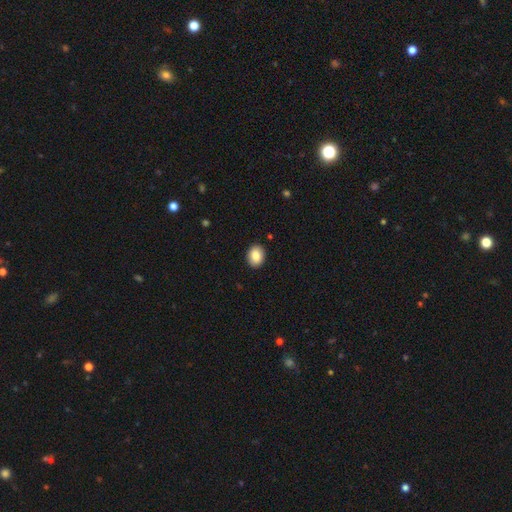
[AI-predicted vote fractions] Smooth or featured?
  - smooth: 87% *
  - star or artifact: 8%
  - featured or disk: 5%
How rounded?
  - in between: 58% *
  - round: 41%
  - cigar-shaped: 1%
Merging?
  - none: 91% *
  - minor disturbance: 7%
  - major disturbance: 2%
  - merger: 1%